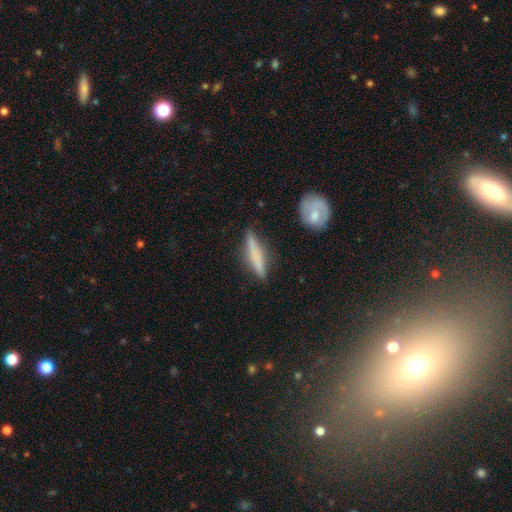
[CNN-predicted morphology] This appears to be a smooth galaxy with no disk features (59%) that is cigar-shaped (88%). Merging: none (81%).